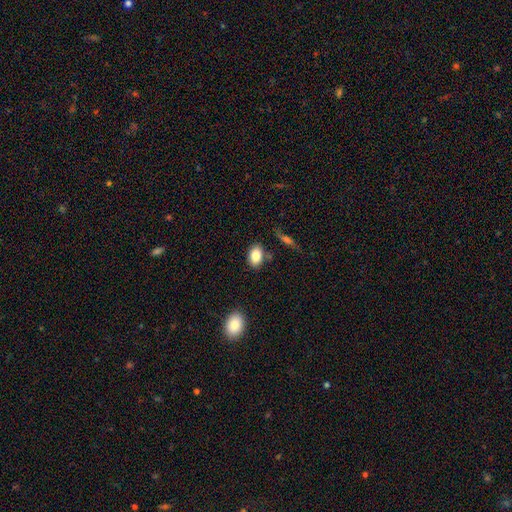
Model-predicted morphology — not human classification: smooth-or-featured: smooth: 84% | featured or disk: 8% | star or artifact: 8%
  how-rounded: in between: 85% | round: 13% | cigar-shaped: 2%
  merging: none: 79% | minor disturbance: 12% | merger: 5% | major disturbance: 3%